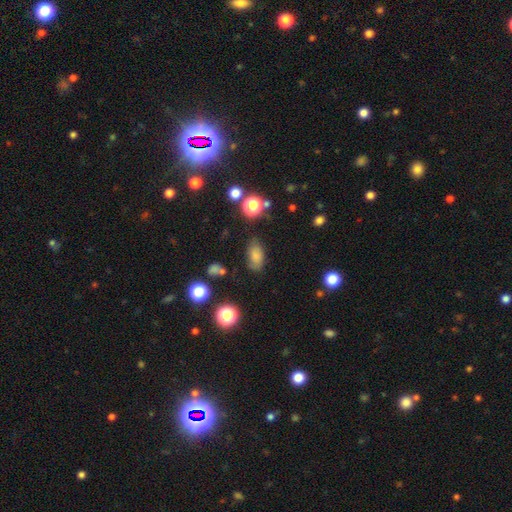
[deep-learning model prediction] The model was most divided on "merging": none: 72%, minor disturbance: 18%, major disturbance: 6%, merger: 4%. More confident: how rounded — in between (89%); smooth or featured — smooth (76%).